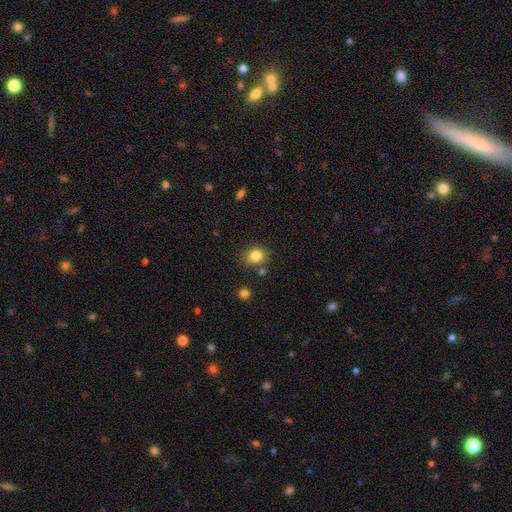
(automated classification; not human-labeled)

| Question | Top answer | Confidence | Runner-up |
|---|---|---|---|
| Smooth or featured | smooth | 83% | star or artifact (11%) |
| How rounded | round | 65% | in between (34%) |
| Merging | none | 78% | minor disturbance (12%) |